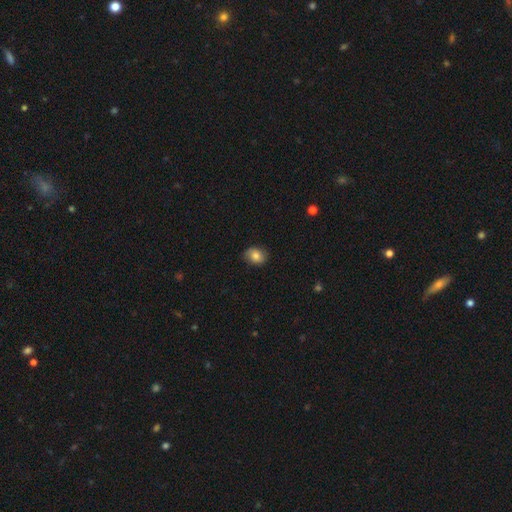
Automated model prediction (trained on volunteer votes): Smooth or featured? Predicted: smooth (p=0.76). How rounded? Predicted: round (p=0.51). Merging? Predicted: none (p=0.77).